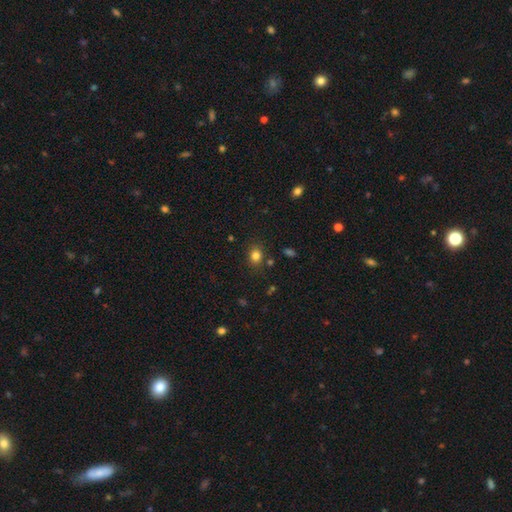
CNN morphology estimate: Q: Smooth or featured?
A: smooth (81%); runner-up: star or artifact (13%)
Q: How rounded?
A: round (58%); runner-up: in between (41%)
Q: Merging?
A: none (83%); runner-up: minor disturbance (11%)